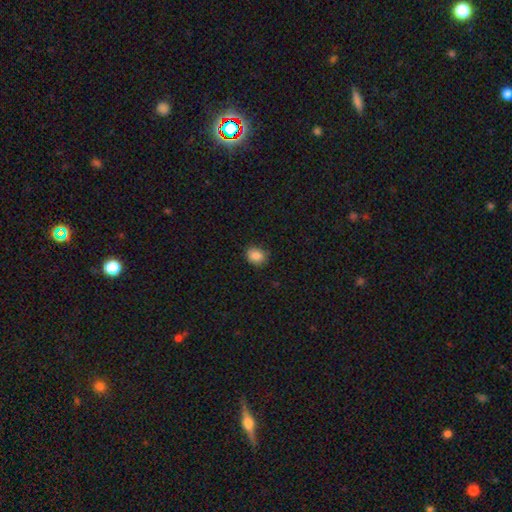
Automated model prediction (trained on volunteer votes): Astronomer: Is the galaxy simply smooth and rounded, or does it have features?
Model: smooth — 87%.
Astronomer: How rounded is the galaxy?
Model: round — 61% (runner-up: in between, 38%).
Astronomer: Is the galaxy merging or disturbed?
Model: none — 81%.